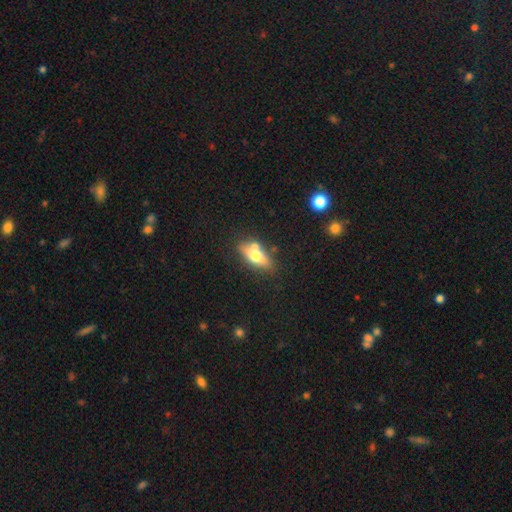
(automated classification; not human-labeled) Morphology: type=smooth (59%); roundness=in between (74%); merging=none (57%).